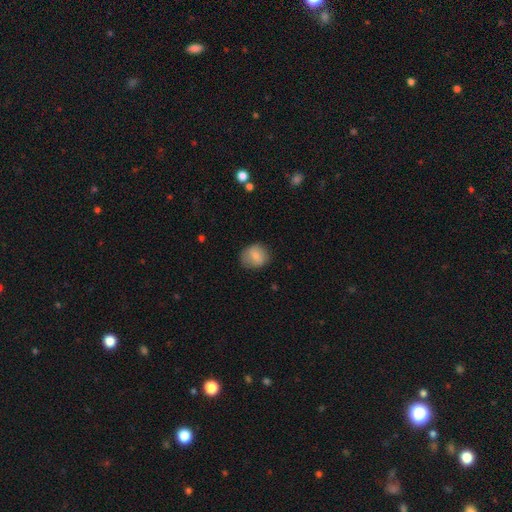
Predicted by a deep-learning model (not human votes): The model was most divided on "how rounded": round: 74%, in between: 25%, cigar-shaped: 1%. More confident: smooth or featured — smooth (78%); merging — none (77%).